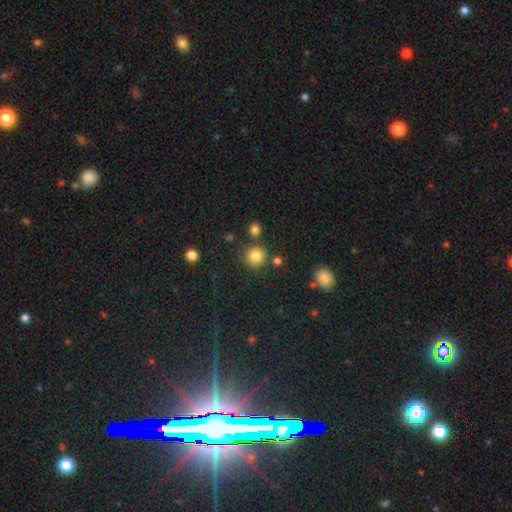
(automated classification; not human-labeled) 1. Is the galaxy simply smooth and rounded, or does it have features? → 83% smooth, 12% star or artifact, 5% featured or disk.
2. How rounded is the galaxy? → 91% round, 8% in between, 1% cigar-shaped.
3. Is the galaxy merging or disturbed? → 80% none, 9% minor disturbance, 8% merger, 3% major disturbance.